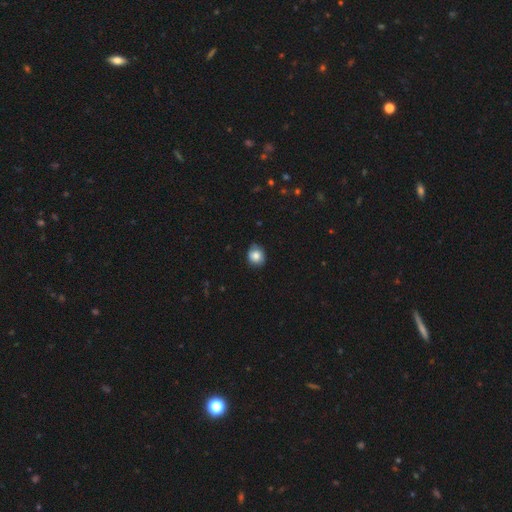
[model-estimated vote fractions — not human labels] smooth_or_featured: smooth (p=0.81) [alt: featured or disk p=0.10]
how_rounded: round (p=0.75) [alt: in between p=0.24]
merging: none (p=0.76) [alt: minor disturbance p=0.20]